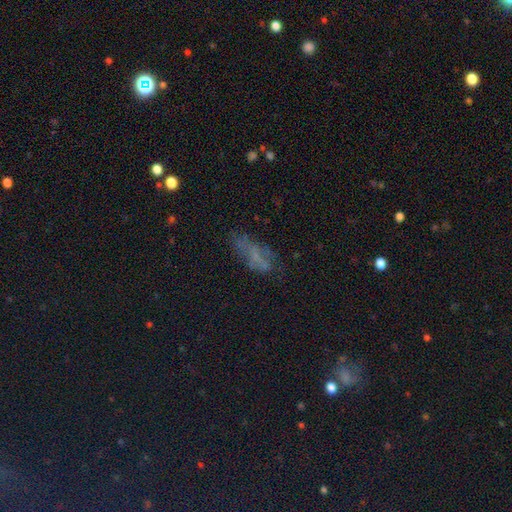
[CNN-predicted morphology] Smooth or featured? smooth (43%)
Merging? none (49%)